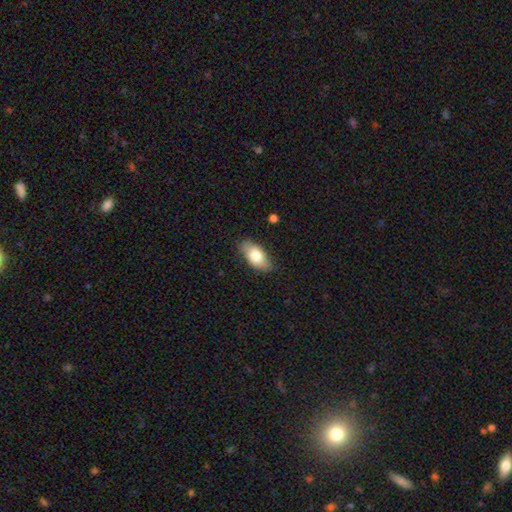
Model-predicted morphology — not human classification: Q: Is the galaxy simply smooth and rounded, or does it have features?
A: smooth — 76%.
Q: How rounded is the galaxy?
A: in between — 91%.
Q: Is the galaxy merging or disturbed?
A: none — 83%.